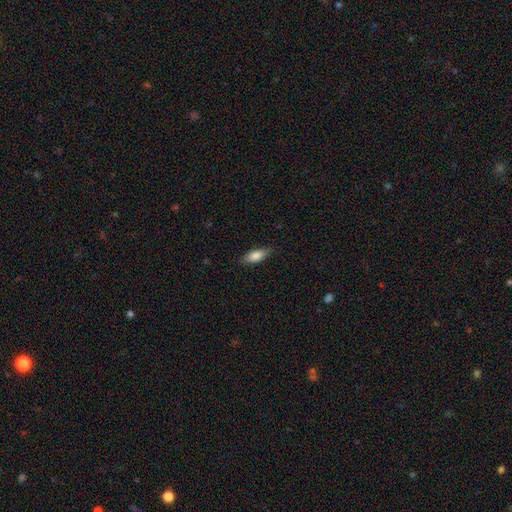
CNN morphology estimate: A smooth galaxy with no disk features (78%) that is in between round and cigar-shaped (68%).

Vote fractions:
- Smooth or featured? smooth: 78% / featured or disk: 15% / star or artifact: 7%
- How rounded? in between: 68% / cigar-shaped: 30% / round: 2%
- Merging? none: 84% / minor disturbance: 13% / major disturbance: 2% / merger: 1%